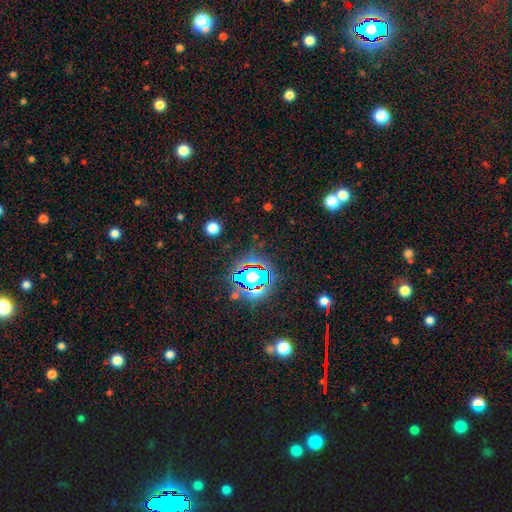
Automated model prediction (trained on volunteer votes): Smooth or featured? star or artifact (82%)